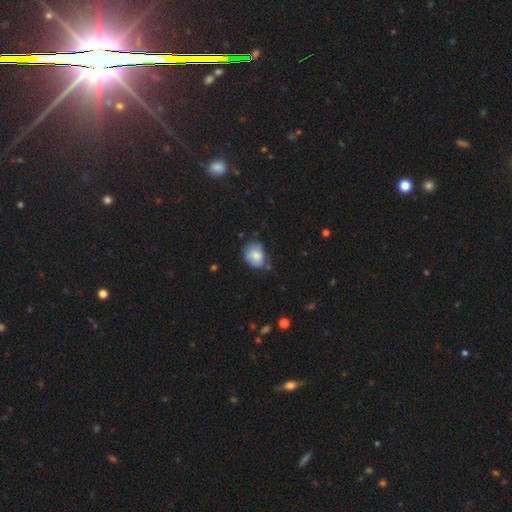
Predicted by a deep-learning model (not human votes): A smooth galaxy with no disk features (76%) that is in between round and cigar-shaped (58%). Merging: none (52%).